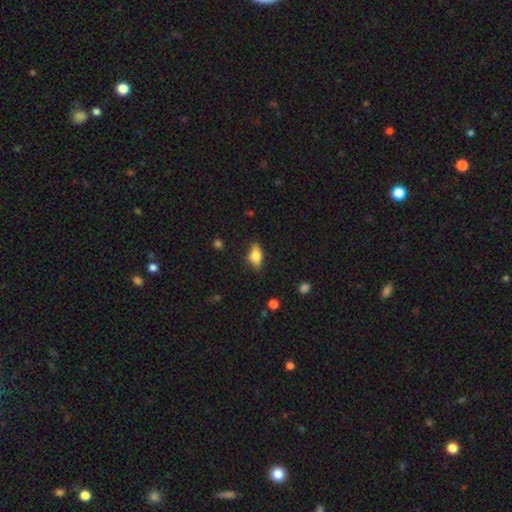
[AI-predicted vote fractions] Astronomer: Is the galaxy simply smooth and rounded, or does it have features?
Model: smooth — 68%.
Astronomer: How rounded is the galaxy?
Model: in between — 82%.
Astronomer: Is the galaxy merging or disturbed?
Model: none — 77%.